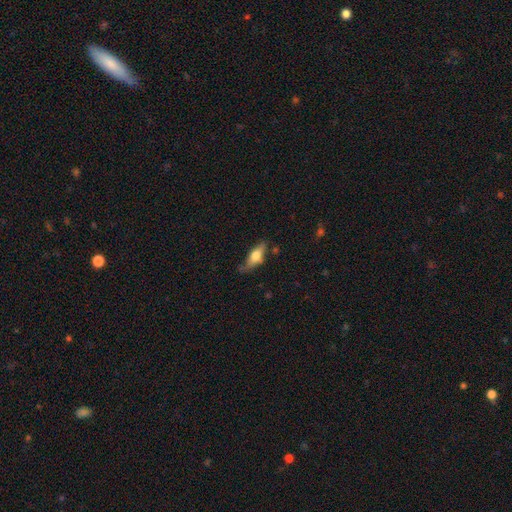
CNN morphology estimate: Smooth or featured? Predicted: smooth (p=0.59). How rounded? Predicted: in between (p=0.60). Merging? Predicted: none (p=0.60).